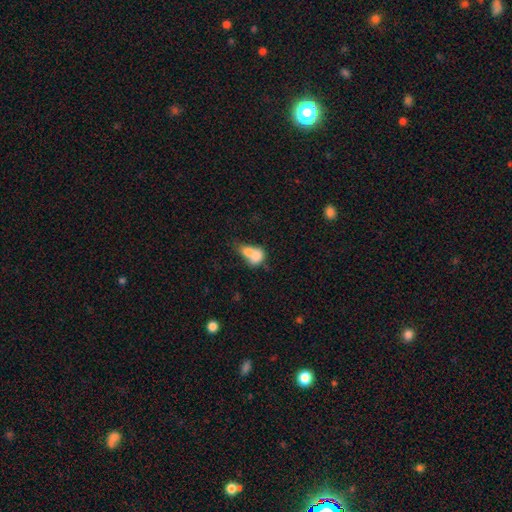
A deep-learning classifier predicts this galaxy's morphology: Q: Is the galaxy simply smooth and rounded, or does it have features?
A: smooth — 73%.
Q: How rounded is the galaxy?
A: in between — 60%.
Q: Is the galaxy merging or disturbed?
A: merger — 72%.